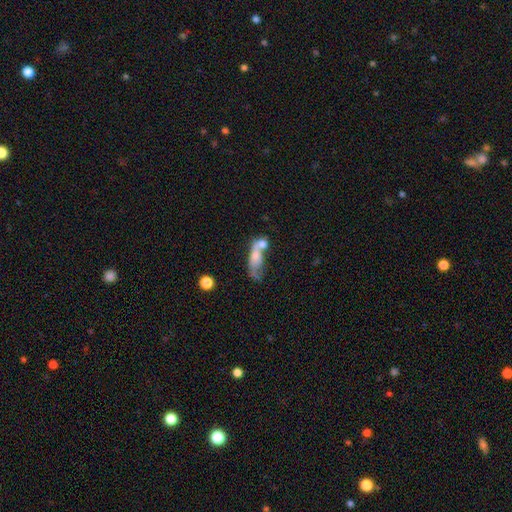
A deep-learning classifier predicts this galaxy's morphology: Q: Smooth or featured?
A: smooth (56%); runner-up: featured or disk (34%)
Q: How rounded?
A: in between (63%); runner-up: cigar-shaped (28%)
Q: Merging?
A: merger (49%); runner-up: none (19%)